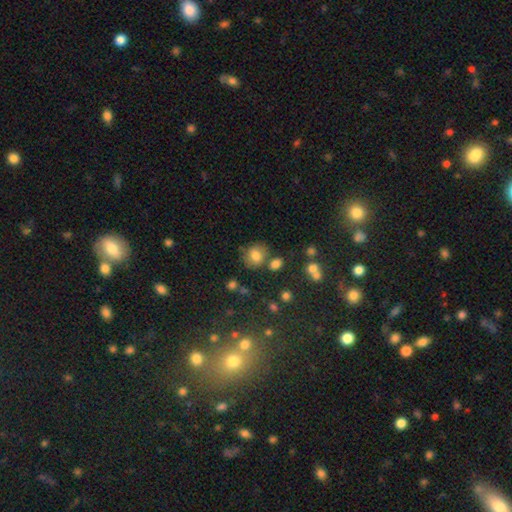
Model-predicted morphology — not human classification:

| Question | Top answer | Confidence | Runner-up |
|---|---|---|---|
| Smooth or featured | smooth | 76% | star or artifact (12%) |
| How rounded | round | 70% | in between (29%) |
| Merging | none | 69% | minor disturbance (14%) |